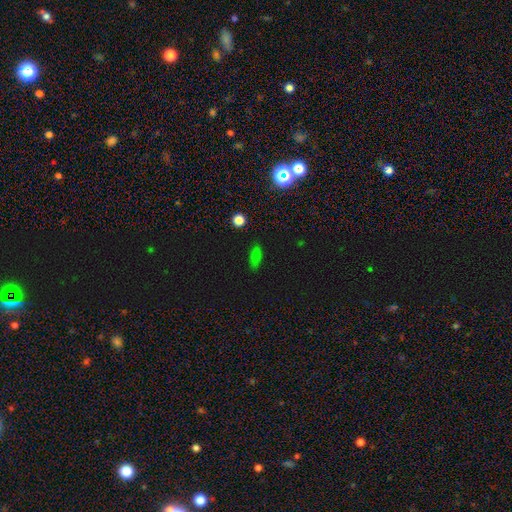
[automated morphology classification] Q: Smooth or featured?
A: smooth (72%); runner-up: star or artifact (21%)
Q: How rounded?
A: in between (74%); runner-up: cigar-shaped (19%)
Q: Merging?
A: none (82%); runner-up: minor disturbance (13%)